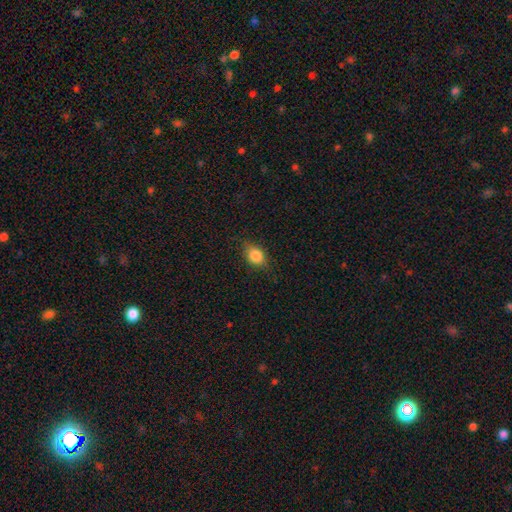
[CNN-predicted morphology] smooth_or_featured: smooth (p=0.82) [alt: star or artifact p=0.09]
how_rounded: in between (p=0.61) [alt: round p=0.36]
merging: none (p=0.76) [alt: minor disturbance p=0.18]